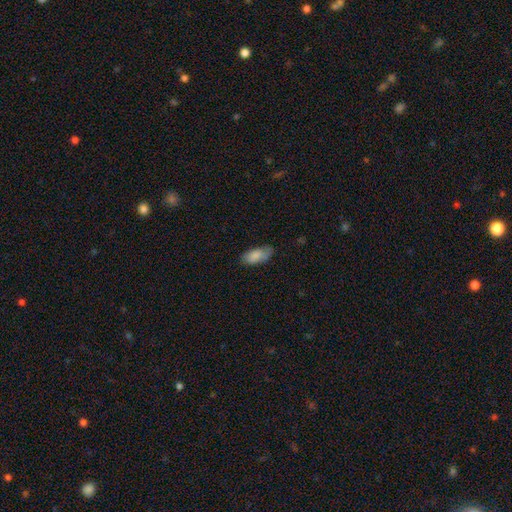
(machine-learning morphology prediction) This is clearly a smooth galaxy (82%). How rounded: clearly in between (88%). Merging: likely none (65%).